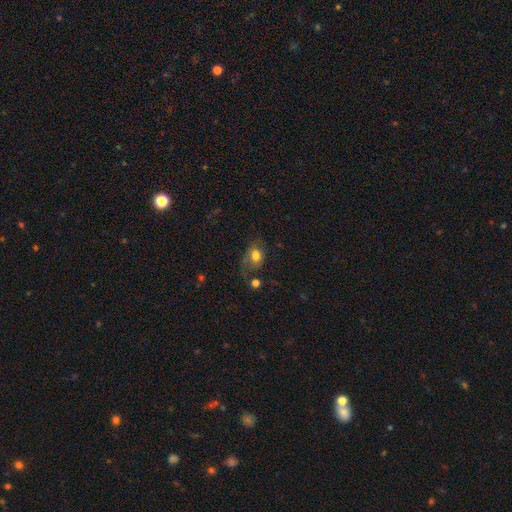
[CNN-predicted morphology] A smooth galaxy with no disk features (71%) that is in between round and cigar-shaped (65%). Merging: none (39%).